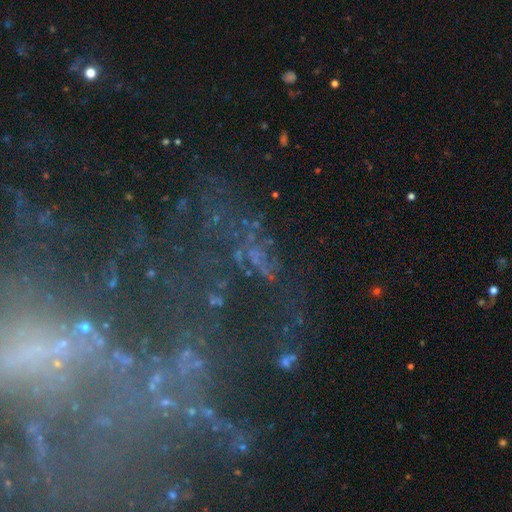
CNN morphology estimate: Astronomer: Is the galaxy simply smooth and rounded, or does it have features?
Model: star or artifact — 51% (runner-up: featured or disk, 32%).